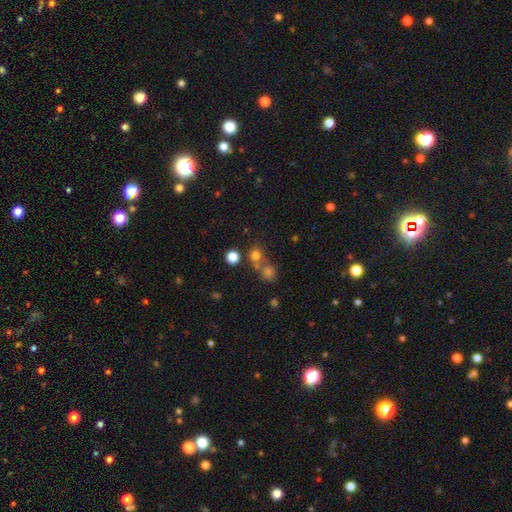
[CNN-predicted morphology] Smooth or featured? smooth (71%)
How rounded? round (85%)
Merging? none (54%)